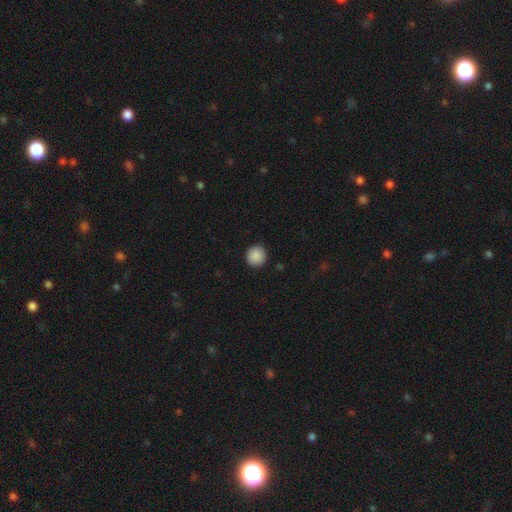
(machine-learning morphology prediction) This is clearly a smooth galaxy (89%). How rounded: clearly round (94%). Merging: clearly none (92%).